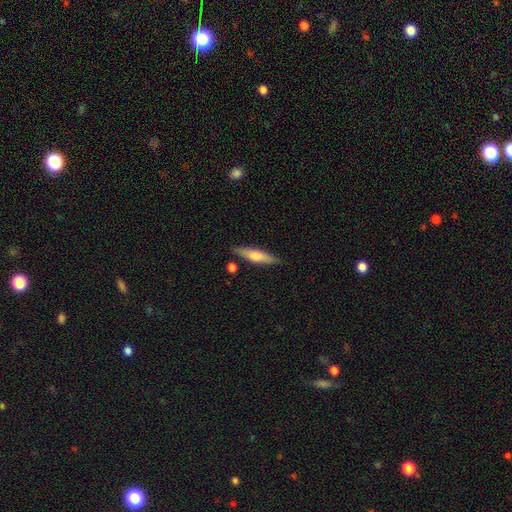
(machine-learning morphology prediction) The model was most divided on "smooth or featured": smooth: 58%, featured or disk: 36%, star or artifact: 6%. More confident: merging — none (83%); how rounded — cigar-shaped (77%).